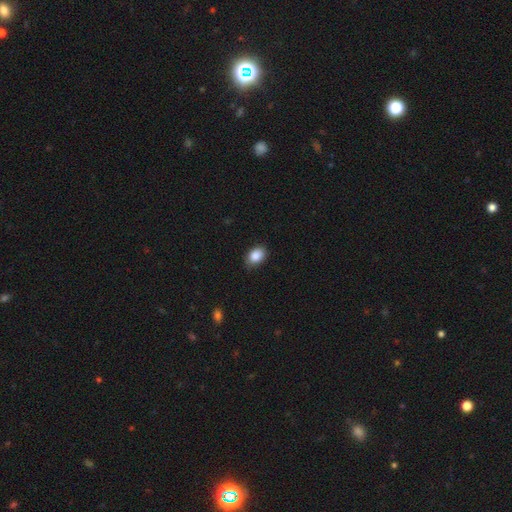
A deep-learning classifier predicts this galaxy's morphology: Smooth or featured: smooth — 88% (star or artifact — 8%)
How rounded: in between — 81% (round — 18%)
Merging: none — 81% (minor disturbance — 16%)